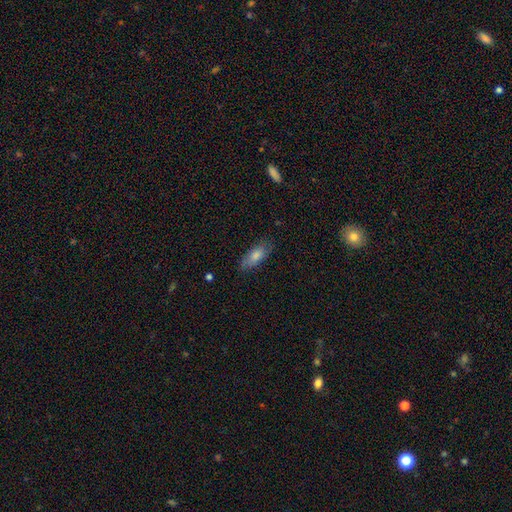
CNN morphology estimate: Smooth or featured? smooth (79%)
How rounded? in between (75%)
Merging? none (77%)